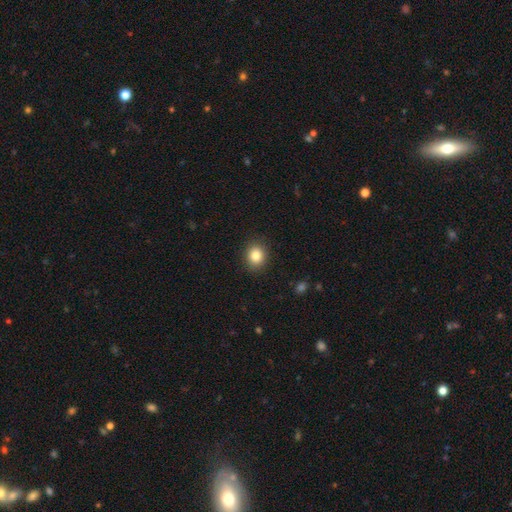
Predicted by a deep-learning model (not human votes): Smooth or featured? smooth (84%)
How rounded? round (76%)
Merging? none (90%)